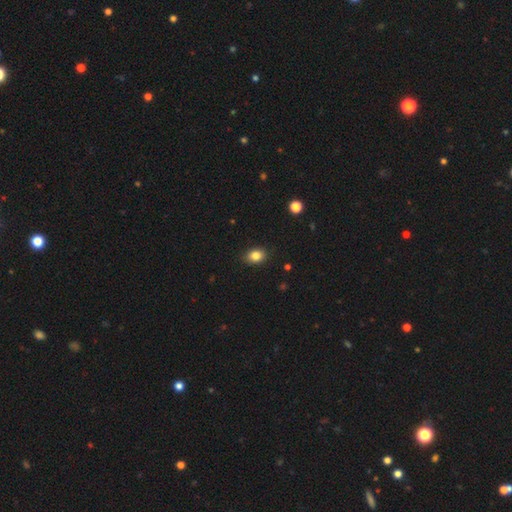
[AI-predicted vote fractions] This is clearly a smooth galaxy (84%). How rounded: likely in between (68%). Merging: clearly none (87%).